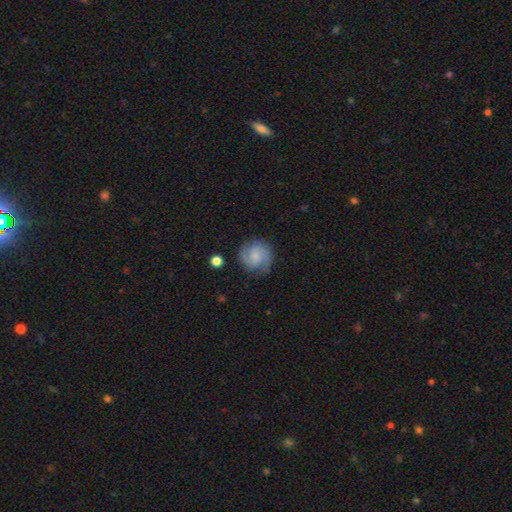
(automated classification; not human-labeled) featured or disk 60%, smooth 32%, star or artifact 8%. Down the decision tree: edge-on disk — no (98%); bar — no (69%); spiral arms — yes (92%); spiral arm count — 2 (60%); spiral winding — tight (46%); bulge size — small (63%); merging — none (77%).